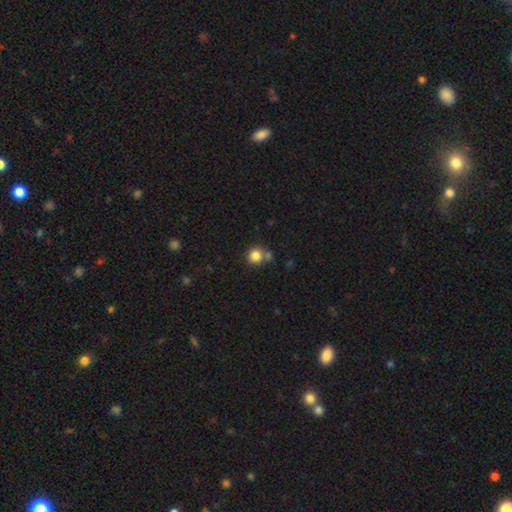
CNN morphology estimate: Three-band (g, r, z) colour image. It shows a smooth galaxy with no disk features (83%) that is round (91%). Merging: none (66%).